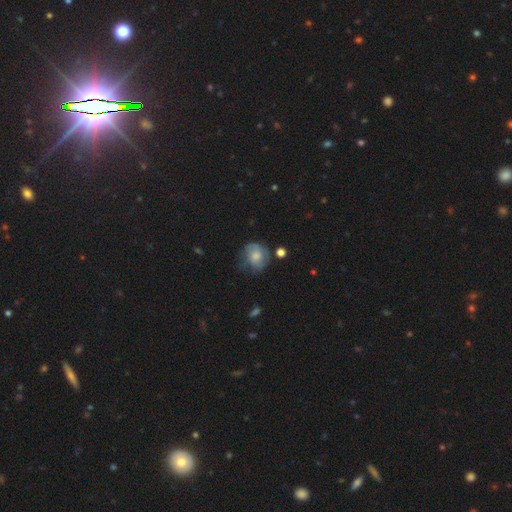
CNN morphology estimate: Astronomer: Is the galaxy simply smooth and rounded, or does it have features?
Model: smooth — 60%.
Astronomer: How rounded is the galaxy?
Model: round — 66%.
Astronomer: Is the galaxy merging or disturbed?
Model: none — 51% (runner-up: minor disturbance, 30%).